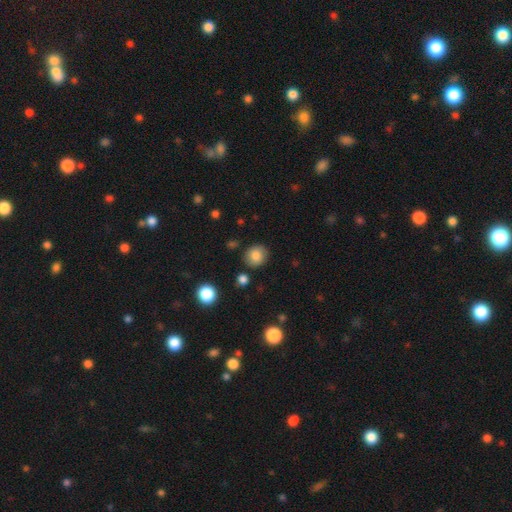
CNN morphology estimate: Overall: smooth (83%). How rounded: round (79%). Merging: none (86%).